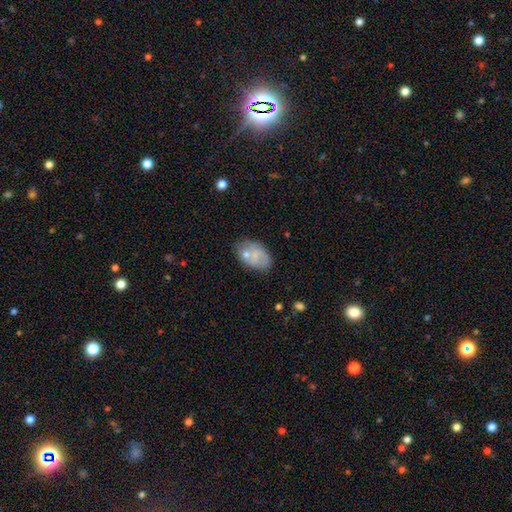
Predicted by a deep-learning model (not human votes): Smooth or featured?
  - smooth: 62% *
  - featured or disk: 30%
  - star or artifact: 8%
How rounded?
  - in between: 87% *
  - round: 12%
  - cigar-shaped: 1%
Merging?
  - none: 50% *
  - minor disturbance: 26%
  - merger: 13%
  - major disturbance: 10%